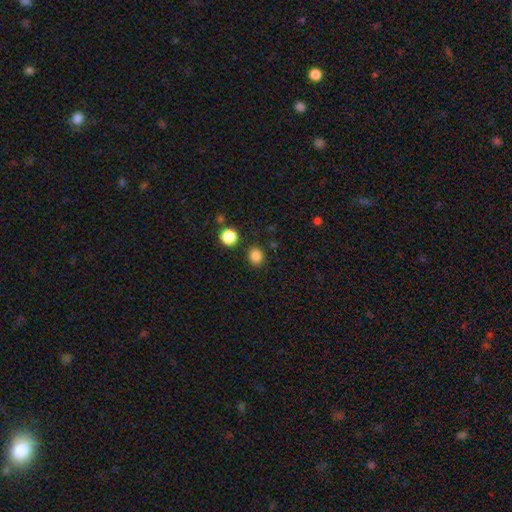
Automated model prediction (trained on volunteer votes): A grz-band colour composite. It shows a smooth galaxy with no disk features (84%) that is round (77%). Merging: none (86%).